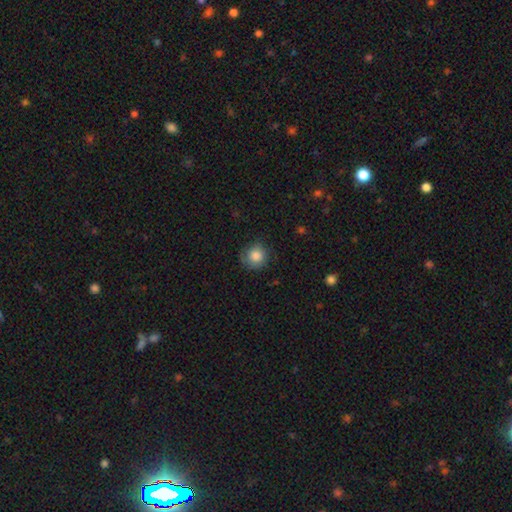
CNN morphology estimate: A smooth galaxy with no disk features (84%) that is round (91%).

Vote fractions:
- Smooth or featured? smooth: 84% / star or artifact: 9% / featured or disk: 8%
- How rounded? round: 91% / in between: 8% / cigar-shaped: 1%
- Merging? none: 75% / minor disturbance: 19% / major disturbance: 5% / merger: 1%